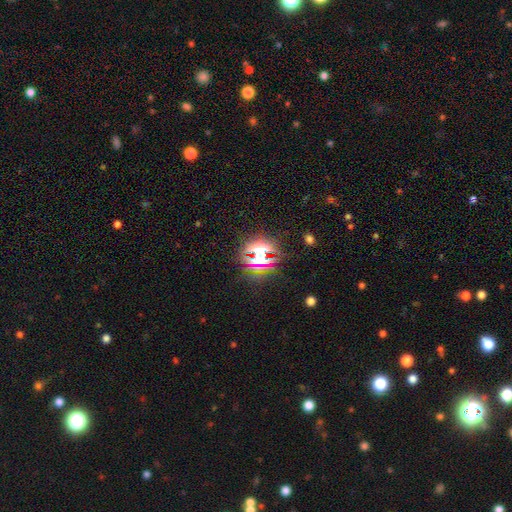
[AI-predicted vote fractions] Smooth or featured?
  - star or artifact: 71% *
  - smooth: 19%
  - featured or disk: 10%